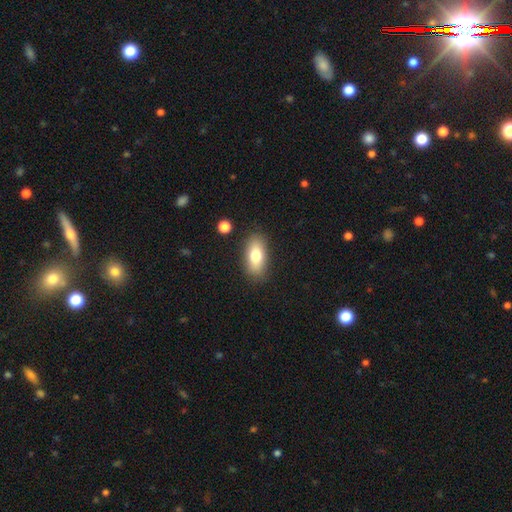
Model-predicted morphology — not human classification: Smooth or featured: smooth — 76% (featured or disk — 16%)
How rounded: in between — 85% (cigar-shaped — 11%)
Merging: none — 85% (minor disturbance — 10%)